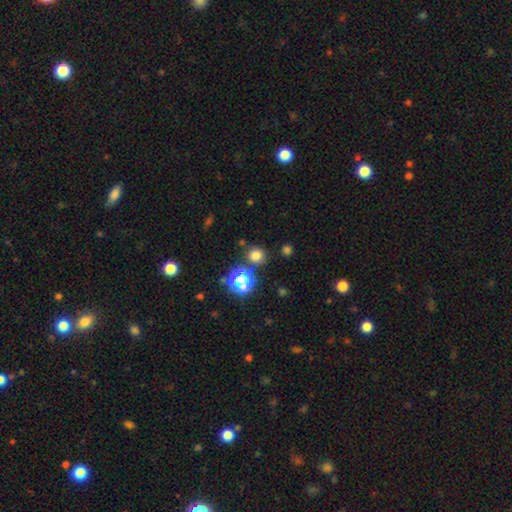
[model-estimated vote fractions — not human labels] The model was most divided on "smooth or featured": smooth: 72%, star or artifact: 23%, featured or disk: 6%. More confident: how rounded — round (86%); merging — none (82%).